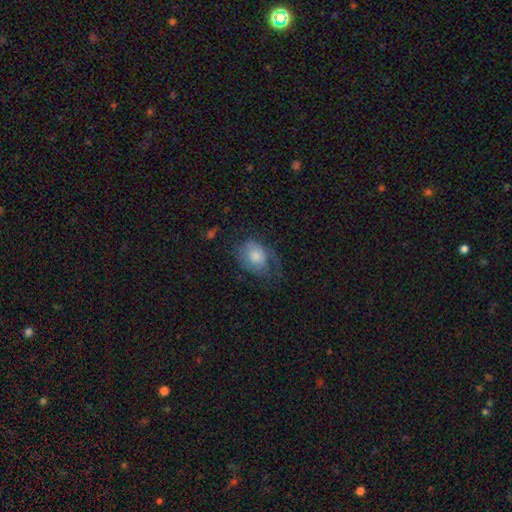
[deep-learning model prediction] This appears to be a smooth galaxy with no disk features (61%) that is in between round and cigar-shaped (64%). Merging: none (45%).